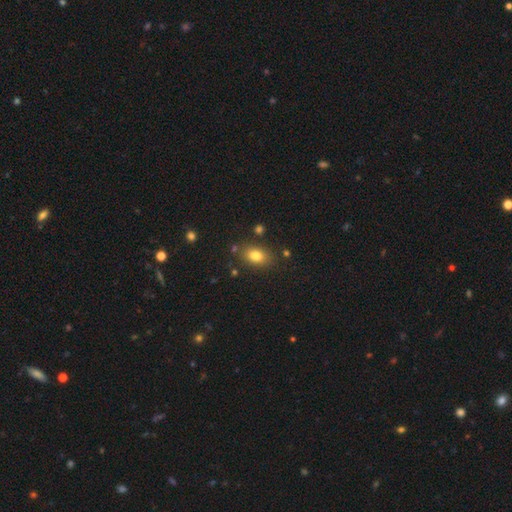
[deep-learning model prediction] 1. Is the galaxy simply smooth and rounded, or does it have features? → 81% smooth, 10% star or artifact, 9% featured or disk.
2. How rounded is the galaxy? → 81% in between, 17% round, 2% cigar-shaped.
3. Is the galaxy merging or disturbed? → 82% none, 11% minor disturbance, 4% merger, 3% major disturbance.